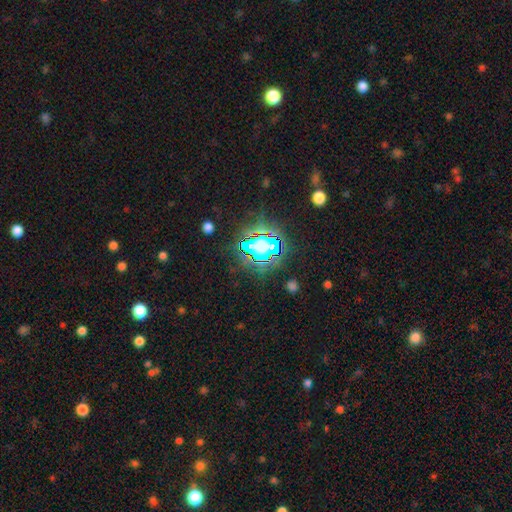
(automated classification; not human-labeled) A star or artifact, not a galaxy (75%).

Vote fractions:
- Smooth or featured? star or artifact: 75% / smooth: 15% / featured or disk: 10%